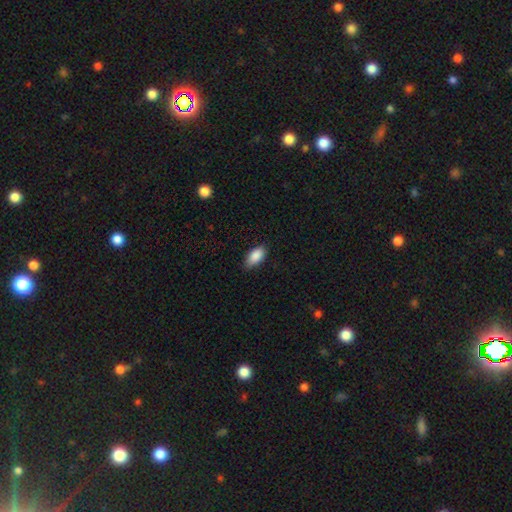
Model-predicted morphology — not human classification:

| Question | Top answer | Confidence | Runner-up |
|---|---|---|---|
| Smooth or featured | smooth | 88% | star or artifact (7%) |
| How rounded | in between | 92% | cigar-shaped (5%) |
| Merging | none | 79% | minor disturbance (17%) |